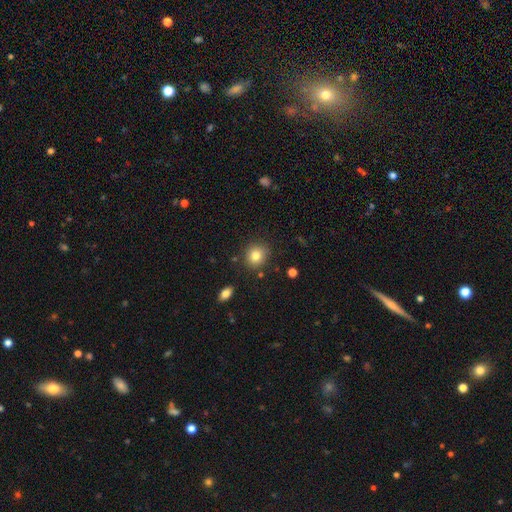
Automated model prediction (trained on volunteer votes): Overall: smooth (82%). How rounded: round (79%). Merging: none (85%).